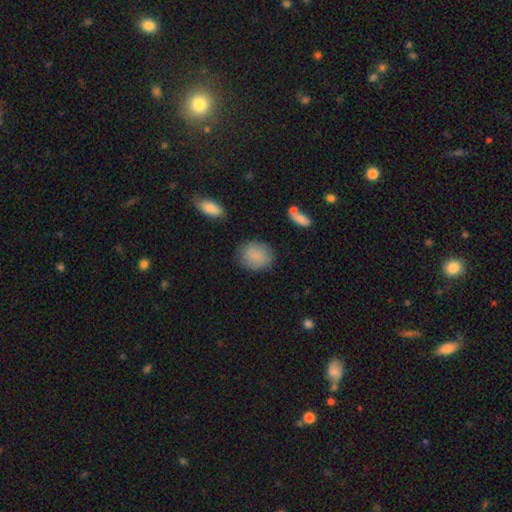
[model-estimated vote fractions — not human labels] This is clearly a smooth galaxy (86%). How rounded: likely round (63%). Merging: clearly none (83%).